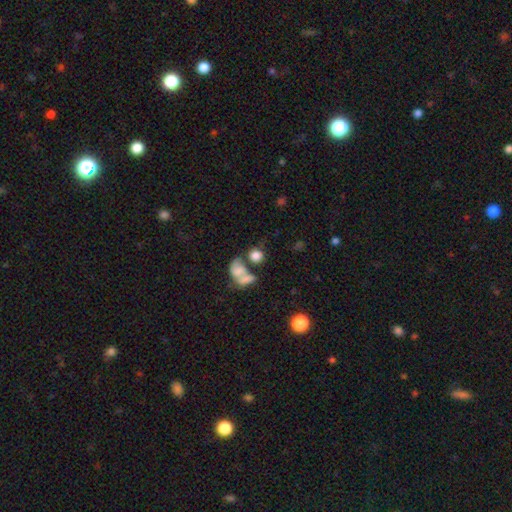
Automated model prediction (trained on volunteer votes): This appears to be a smooth galaxy with no disk features (77%) that is round (68%). Merging: merger (40%).